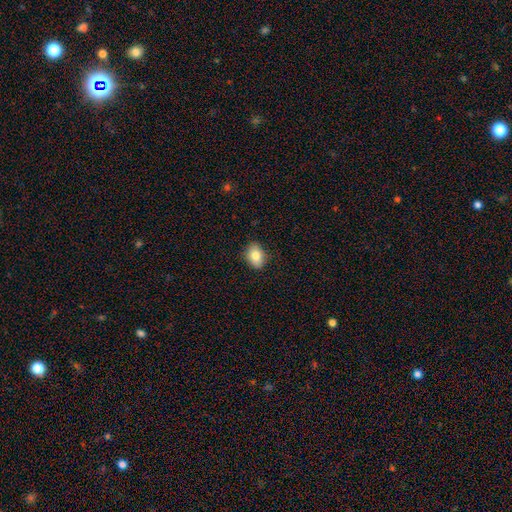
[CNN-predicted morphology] A smooth galaxy with no disk features (81%) that is in between round and cigar-shaped (75%). Merging: none (85%).